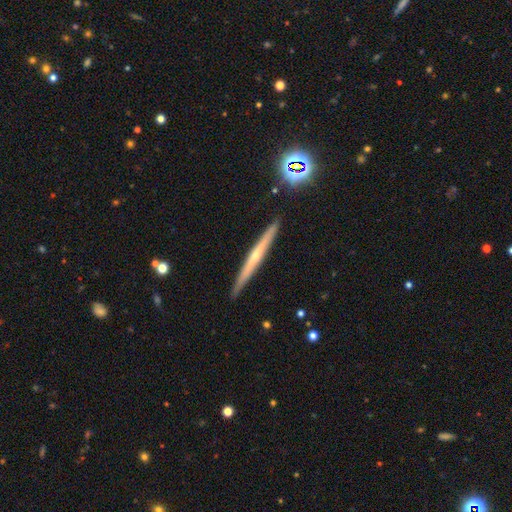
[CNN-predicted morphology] A featured or disk galaxy (64%) viewed edge-on (97%) with a rounded central bulge (51%). Merging: none (91%).